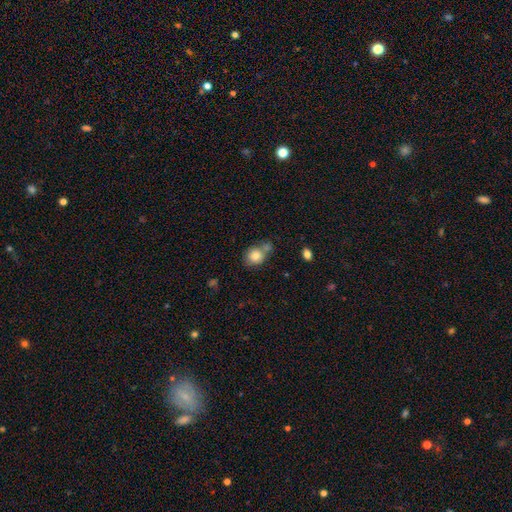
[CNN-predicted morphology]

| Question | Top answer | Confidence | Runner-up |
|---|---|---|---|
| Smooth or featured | smooth | 80% | featured or disk (11%) |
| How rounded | round | 69% | in between (30%) |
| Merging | none | 52% | merger (24%) |